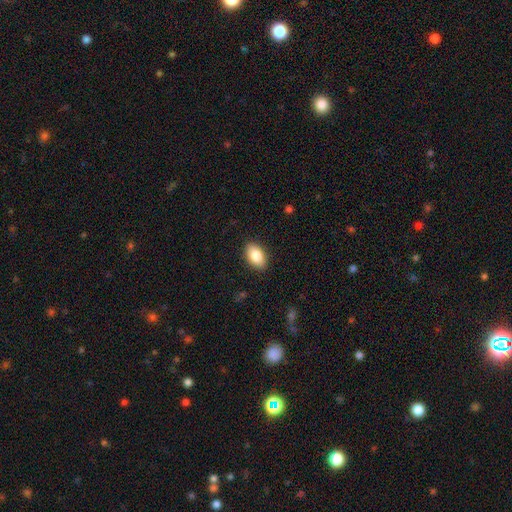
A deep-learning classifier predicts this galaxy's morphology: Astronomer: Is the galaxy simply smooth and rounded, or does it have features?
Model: smooth — 85%.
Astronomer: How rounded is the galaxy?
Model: in between — 91%.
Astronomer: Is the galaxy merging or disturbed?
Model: none — 89%.